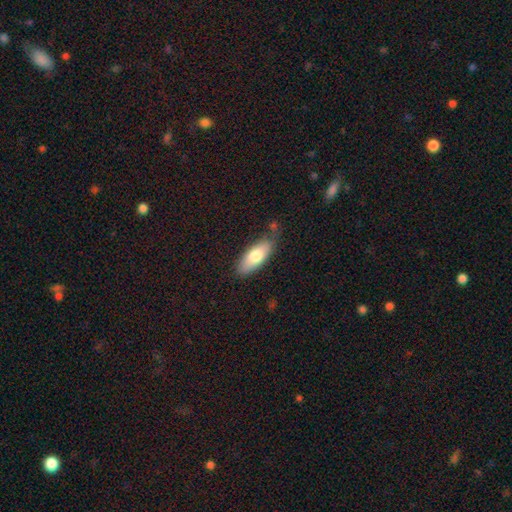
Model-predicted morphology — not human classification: type=smooth (75%); roundness=in between (74%); merging=none (74%).